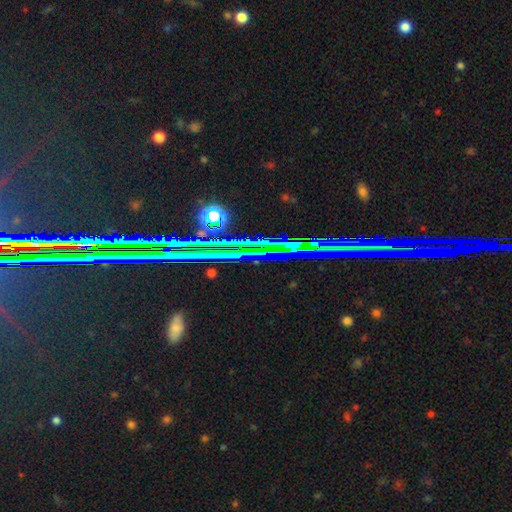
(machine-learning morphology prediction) A star or artifact, not a galaxy (81%).

Vote fractions:
- Smooth or featured? star or artifact: 81% / featured or disk: 11% / smooth: 9%